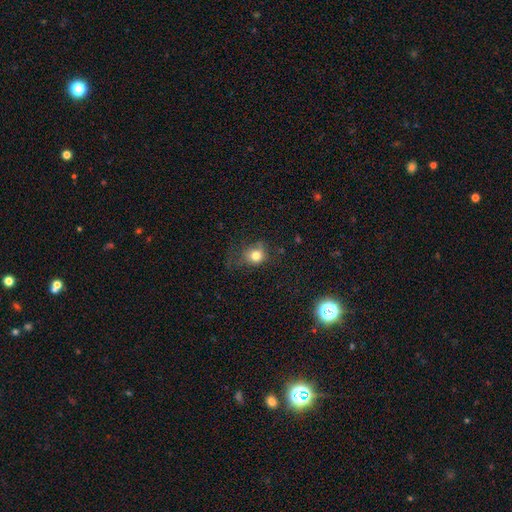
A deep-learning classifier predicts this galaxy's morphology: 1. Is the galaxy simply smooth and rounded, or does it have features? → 78% smooth, 13% star or artifact, 9% featured or disk.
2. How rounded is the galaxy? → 73% round, 26% in between, 1% cigar-shaped.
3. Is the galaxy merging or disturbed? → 52% none, 27% minor disturbance, 19% major disturbance, 2% merger.